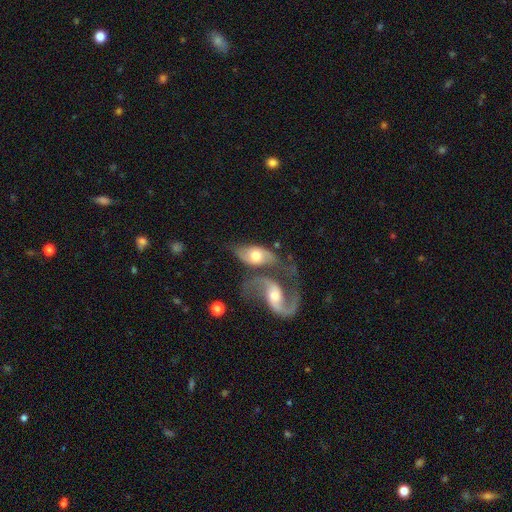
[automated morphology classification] Q: Smooth or featured?
A: featured or disk (60%); runner-up: smooth (34%)
Q: Edge-on disk?
A: no (88%); runner-up: yes (12%)
Q: Bar?
A: no (58%); runner-up: weak (32%)
Q: Spiral arms?
A: yes (77%); runner-up: no (23%)
Q: Bulge size?
A: moderate (64%); runner-up: large (19%)
Q: Merging?
A: merger (48%); runner-up: none (30%)